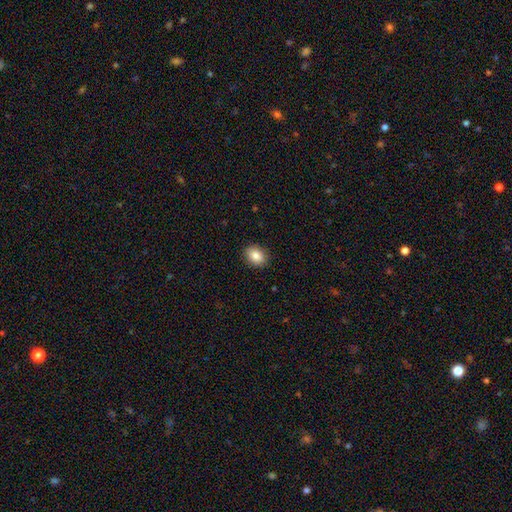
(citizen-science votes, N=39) smooth_or_featured: smooth (p=0.90) [alt: featured or disk p=0.08]
how_rounded: in between (p=0.71) [alt: round p=0.29]
merging: none (p=0.92) [alt: major disturbance p=0.05]